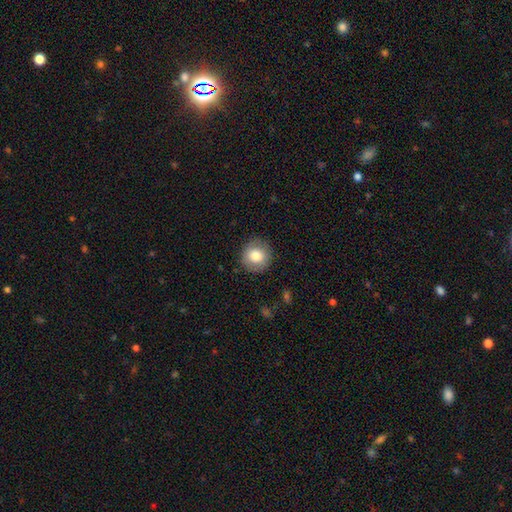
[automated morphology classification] Smooth or featured? Predicted: smooth (p=0.80). How rounded? Predicted: round (p=0.92). Merging? Predicted: none (p=0.89).